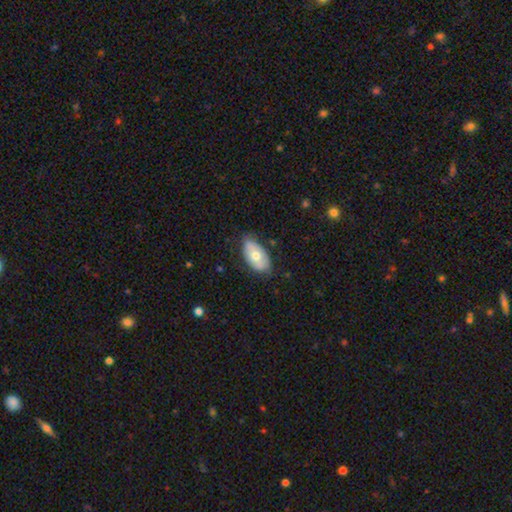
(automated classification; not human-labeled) A smooth galaxy with no disk features (63%) that is in between round and cigar-shaped (93%). Merging: none (72%).